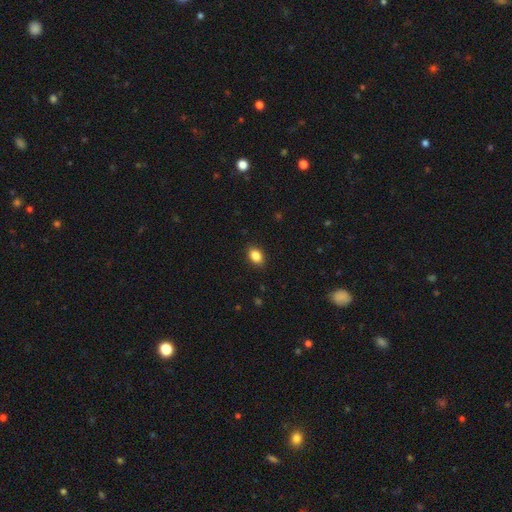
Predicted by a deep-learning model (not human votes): A smooth galaxy with no disk features (86%) that is in between round and cigar-shaped (77%).

Vote fractions:
- Smooth or featured? smooth: 86% / star or artifact: 9% / featured or disk: 5%
- How rounded? in between: 77% / round: 22% / cigar-shaped: 1%
- Merging? none: 90% / minor disturbance: 7% / major disturbance: 2% / merger: 1%